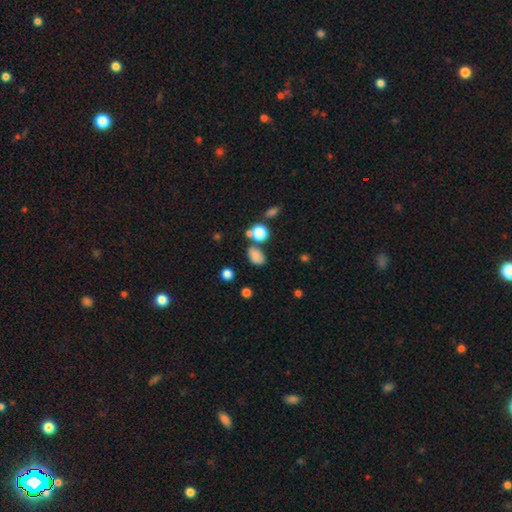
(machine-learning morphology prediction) smooth 80%, star or artifact 13%, featured or disk 7%. Down the decision tree: how rounded — in between (79%); merging — none (63%).